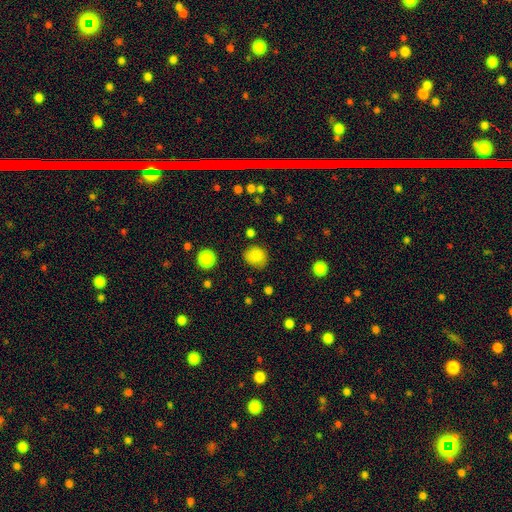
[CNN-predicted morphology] Smooth or featured? Predicted: smooth (p=0.84). How rounded? Predicted: round (p=0.77). Merging? Predicted: none (p=0.77).